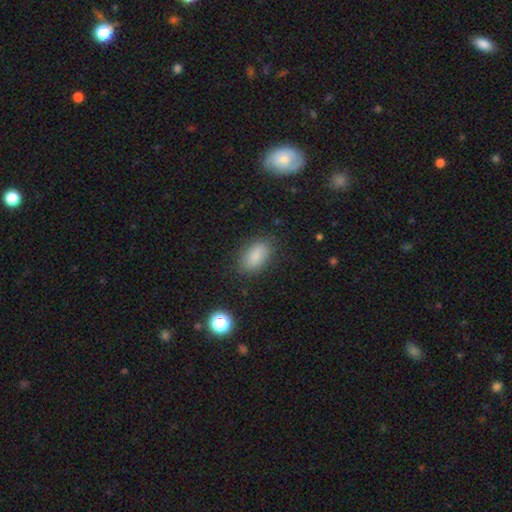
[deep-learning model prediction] Smooth or featured: smooth — 85% (star or artifact — 9%)
How rounded: in between — 90% (round — 6%)
Merging: none — 84% (minor disturbance — 11%)